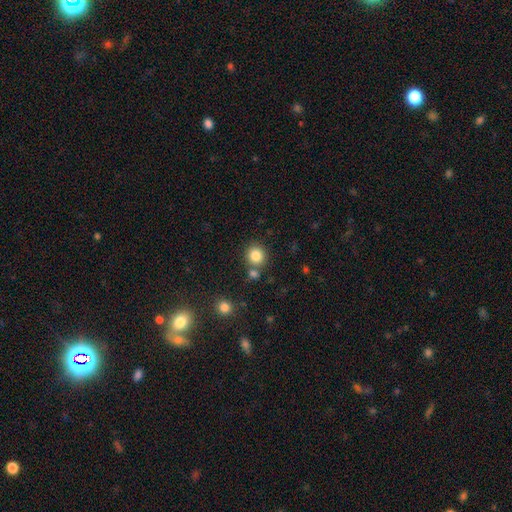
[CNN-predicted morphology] A smooth galaxy with no disk features (84%) that is round (88%). Merging: none (75%).